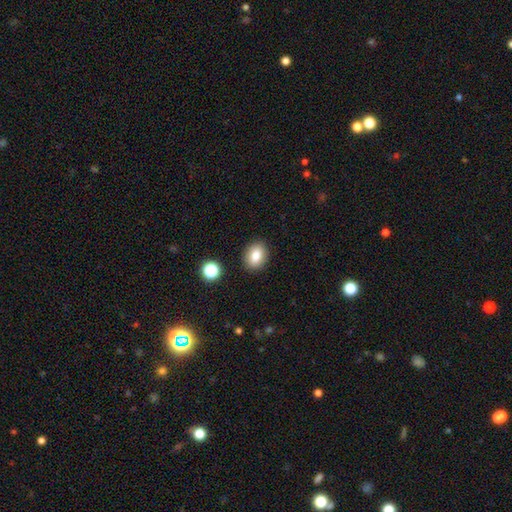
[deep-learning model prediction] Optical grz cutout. It shows a smooth galaxy with no disk features (83%) that is in between round and cigar-shaped (62%). Merging: none (87%).